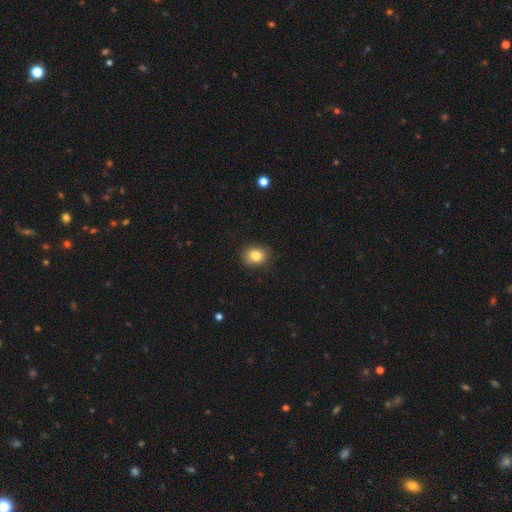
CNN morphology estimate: A smooth galaxy with no disk features (83%) that is round (60%).

Vote fractions:
- Smooth or featured? smooth: 83% / star or artifact: 10% / featured or disk: 7%
- How rounded? round: 60% / in between: 39% / cigar-shaped: 1%
- Merging? none: 86% / minor disturbance: 10% / major disturbance: 2% / merger: 1%